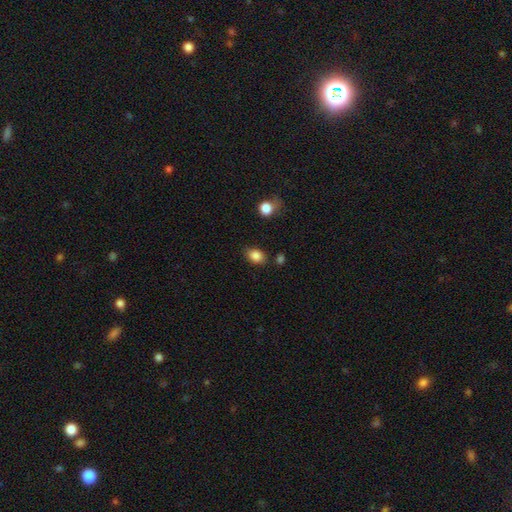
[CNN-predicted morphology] smooth-or-featured: smooth: 85% | star or artifact: 9% | featured or disk: 5%
  how-rounded: in between: 69% | round: 29% | cigar-shaped: 1%
  merging: none: 80% | minor disturbance: 13% | merger: 4% | major disturbance: 3%